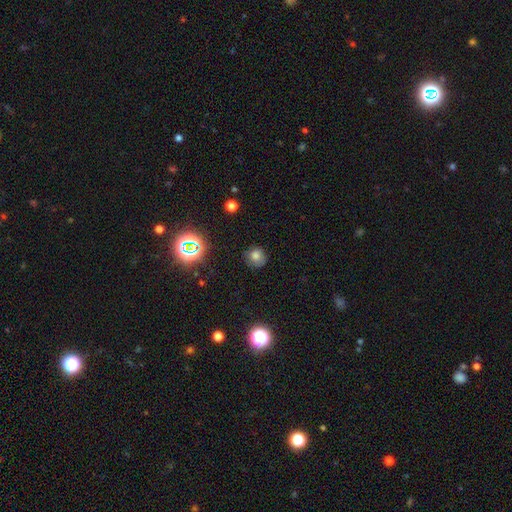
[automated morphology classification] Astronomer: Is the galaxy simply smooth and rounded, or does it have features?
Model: smooth — 71%.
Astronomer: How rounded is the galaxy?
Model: round — 85%.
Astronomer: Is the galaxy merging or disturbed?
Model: none — 76%.